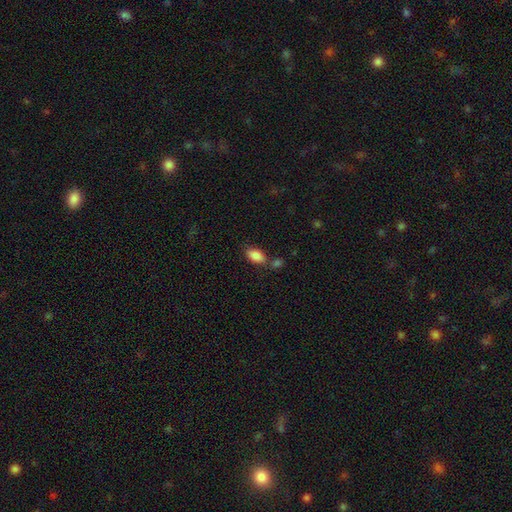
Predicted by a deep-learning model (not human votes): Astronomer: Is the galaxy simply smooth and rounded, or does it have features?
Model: smooth — 87%.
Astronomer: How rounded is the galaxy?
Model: in between — 92%.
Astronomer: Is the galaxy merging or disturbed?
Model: none — 62%.